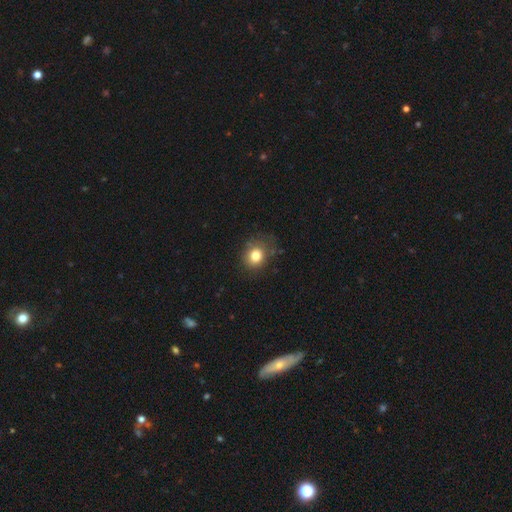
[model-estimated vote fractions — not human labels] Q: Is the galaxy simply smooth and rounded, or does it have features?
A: smooth — 79%.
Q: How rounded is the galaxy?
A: round — 72%.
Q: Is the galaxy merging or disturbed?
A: none — 74%.